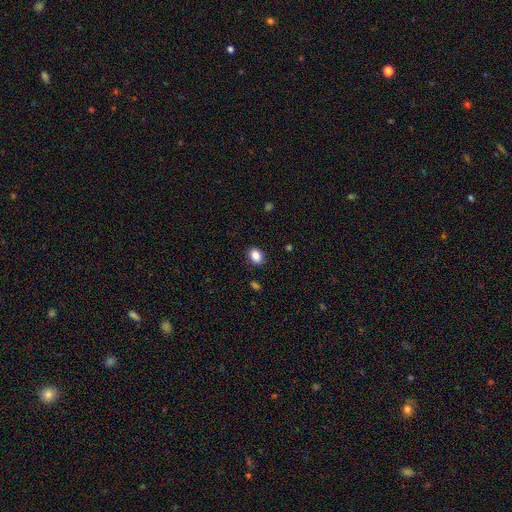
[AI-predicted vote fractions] smooth_or_featured: smooth (p=0.88) [alt: star or artifact p=0.09]
how_rounded: in between (p=0.71) [alt: round p=0.28]
merging: none (p=0.87) [alt: minor disturbance p=0.09]